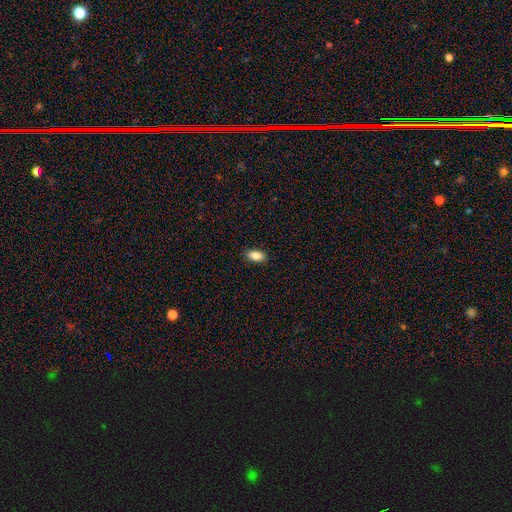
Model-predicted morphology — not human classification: smooth-or-featured: smooth: 86% | star or artifact: 8% | featured or disk: 6%
  how-rounded: in between: 91% | round: 5% | cigar-shaped: 4%
  merging: none: 88% | minor disturbance: 9% | major disturbance: 2% | merger: 1%